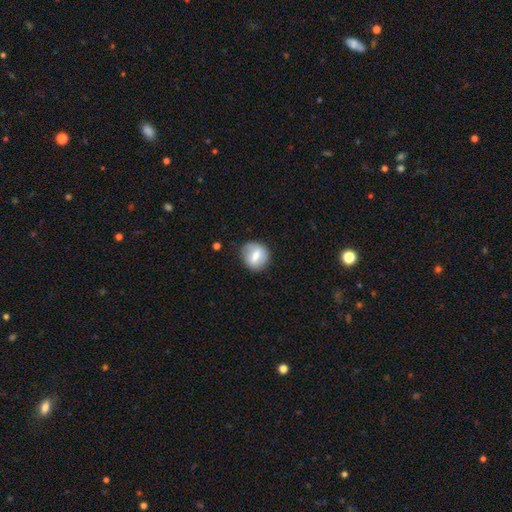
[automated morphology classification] Smooth or featured? smooth (67%)
How rounded? round (78%)
Merging? none (77%)